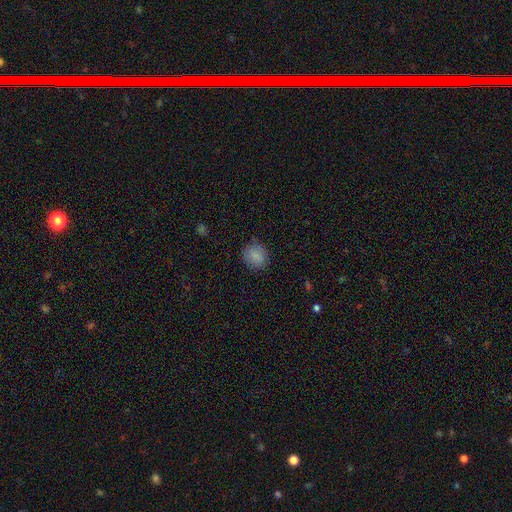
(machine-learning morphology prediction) Smooth or featured? Predicted: smooth (p=0.85). How rounded? Predicted: round (p=0.81). Merging? Predicted: none (p=0.86).